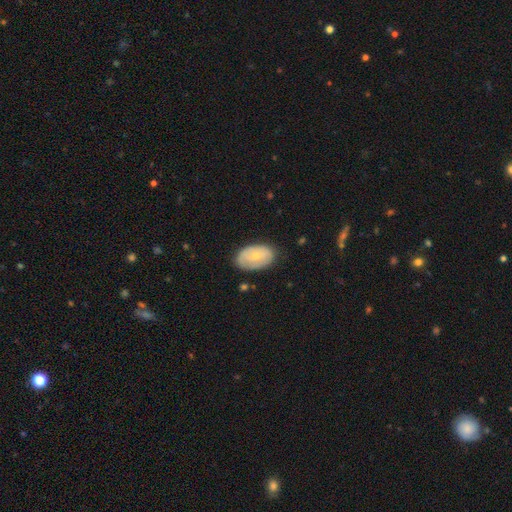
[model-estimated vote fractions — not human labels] The model was most divided on "smooth or featured": smooth: 51%, featured or disk: 43%, star or artifact: 6%. More confident: how rounded — in between (89%); merging — none (75%).